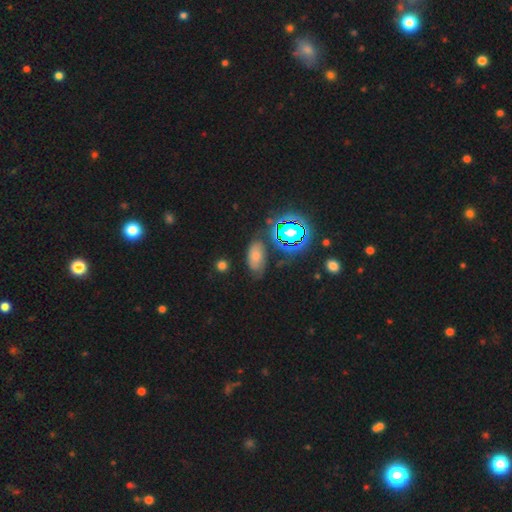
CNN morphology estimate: Smooth or featured: smooth — 51% (star or artifact — 27%)
How rounded: in between — 88% (round — 9%)
Merging: none — 66% (minor disturbance — 22%)